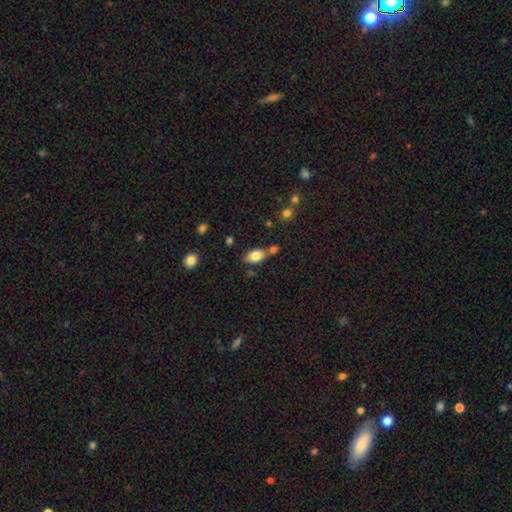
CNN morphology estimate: Smooth or featured? smooth (80%)
How rounded? in between (90%)
Merging? none (59%)